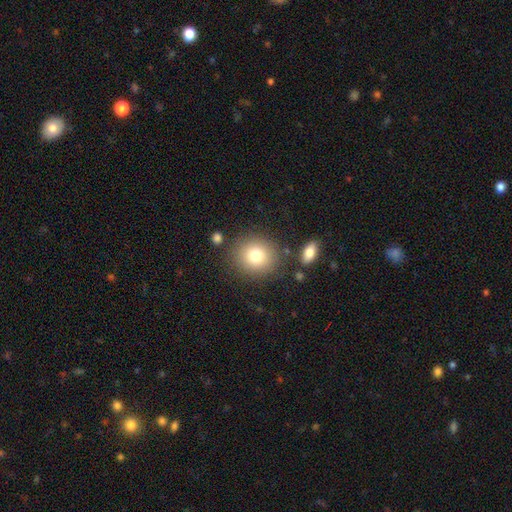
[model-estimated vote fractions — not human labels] Smooth or featured: smooth — 79% (star or artifact — 11%)
How rounded: round — 83% (in between — 16%)
Merging: none — 83% (minor disturbance — 9%)